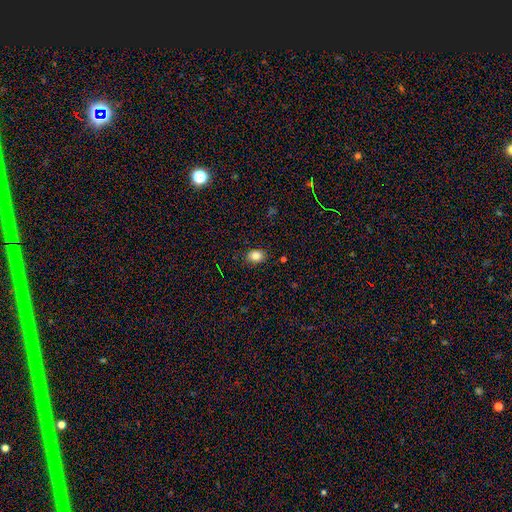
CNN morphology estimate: Smooth or featured? smooth (84%)
How rounded? in between (65%)
Merging? none (86%)